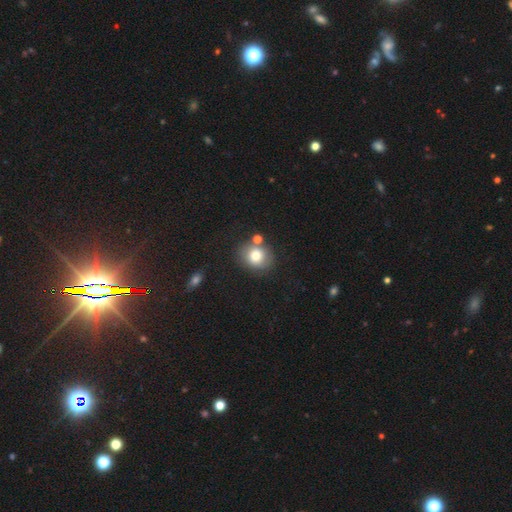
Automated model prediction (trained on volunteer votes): This appears to be a smooth galaxy with no disk features (75%) that is round (75%). Merging: none (70%).